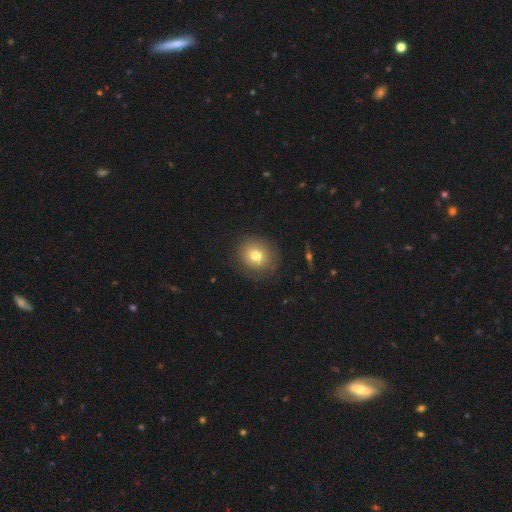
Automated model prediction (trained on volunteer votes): Smooth or featured? smooth (74%)
How rounded? round (81%)
Merging? none (83%)